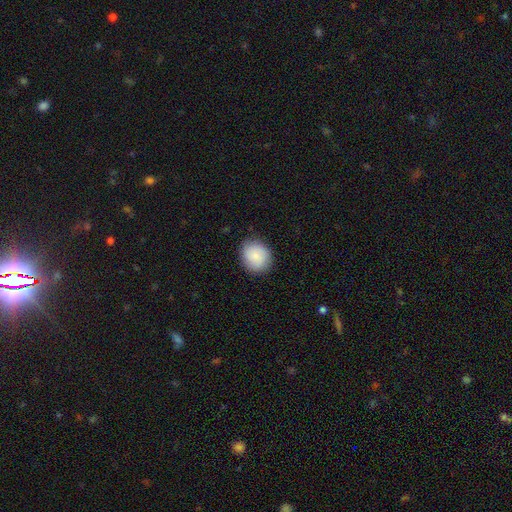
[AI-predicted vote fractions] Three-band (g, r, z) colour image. It shows a smooth galaxy with no disk features (84%) that is round (76%). Merging: none (86%).